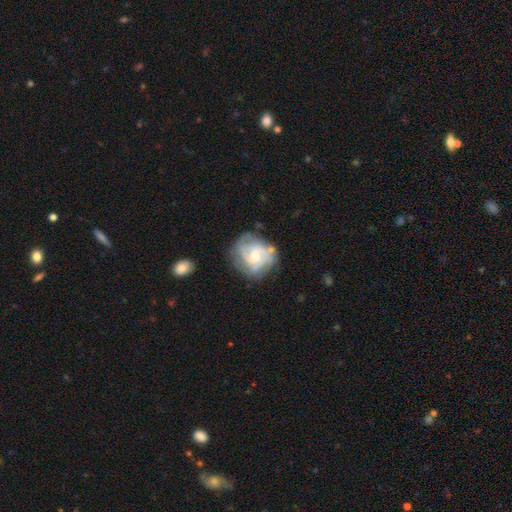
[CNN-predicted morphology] This is likely a featured or disk galaxy (74%). It is clearly not viewed edge-on (98%). Bar: possibly no (59%). Spiral arm pattern: clearly yes (89%). Spiral arm count: marginally can't tell (32%). Spiral winding: possibly tight (48%). Central bulge: possibly moderate (47%). Merging: likely none (65%).